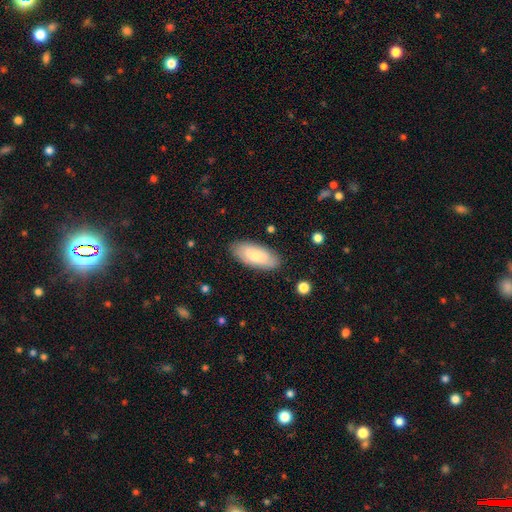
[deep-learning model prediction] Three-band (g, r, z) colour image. It shows a smooth galaxy with no disk features (73%) that is in between round and cigar-shaped (85%). Merging: none (85%).